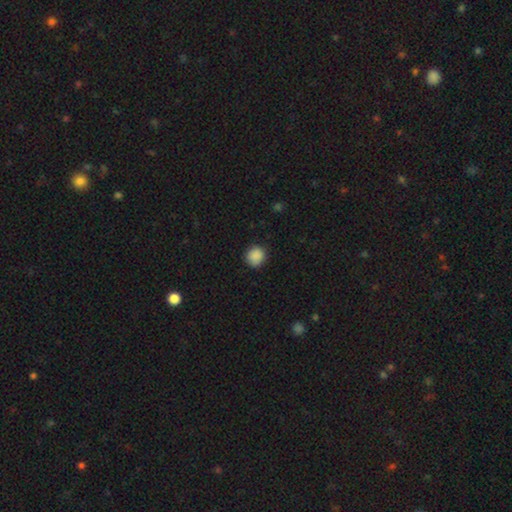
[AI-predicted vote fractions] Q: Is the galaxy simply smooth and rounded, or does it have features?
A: smooth — 88%.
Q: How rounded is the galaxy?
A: round — 87%.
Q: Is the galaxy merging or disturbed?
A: none — 86%.